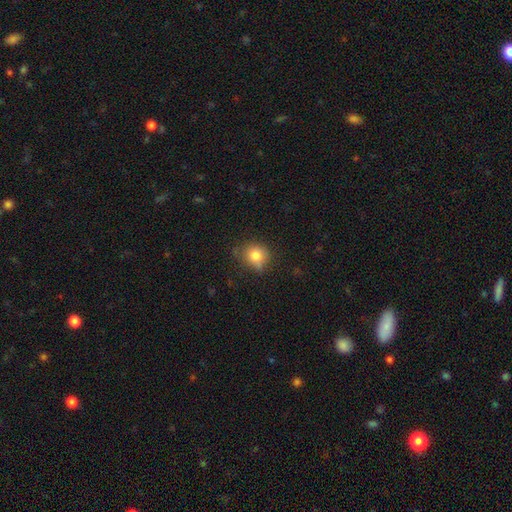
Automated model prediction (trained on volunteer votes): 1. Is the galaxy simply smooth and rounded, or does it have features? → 78% smooth, 12% star or artifact, 10% featured or disk.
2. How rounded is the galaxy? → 77% round, 22% in between, 1% cigar-shaped.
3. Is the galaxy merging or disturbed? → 64% none, 26% minor disturbance, 7% major disturbance, 3% merger.